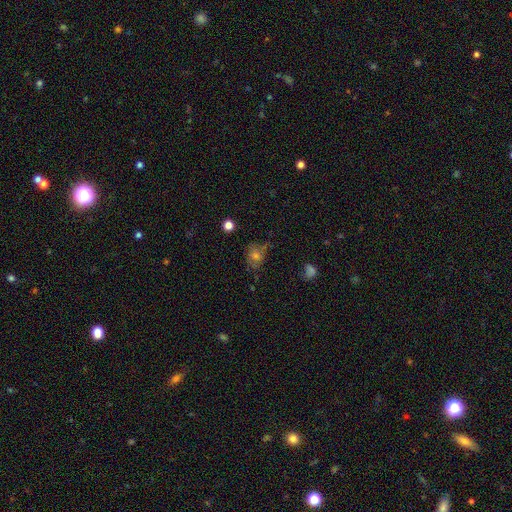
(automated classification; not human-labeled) Smooth or featured: smooth — 61% (featured or disk — 20%)
How rounded: round — 53% (in between — 45%)
Merging: none — 58% (minor disturbance — 25%)